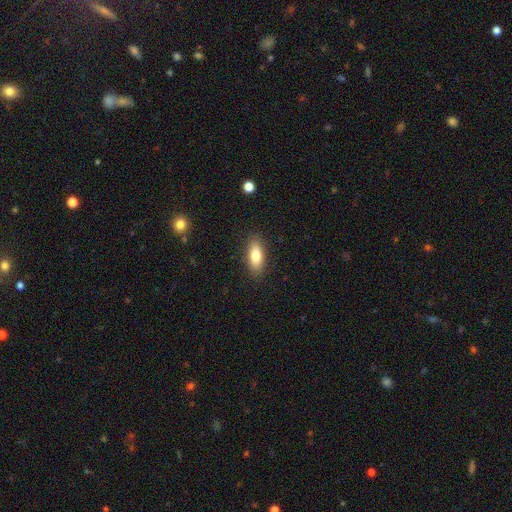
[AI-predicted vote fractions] Smooth or featured?
  - smooth: 80% *
  - featured or disk: 13%
  - star or artifact: 7%
How rounded?
  - in between: 80% *
  - cigar-shaped: 17%
  - round: 3%
Merging?
  - none: 87% *
  - minor disturbance: 9%
  - major disturbance: 2%
  - merger: 1%